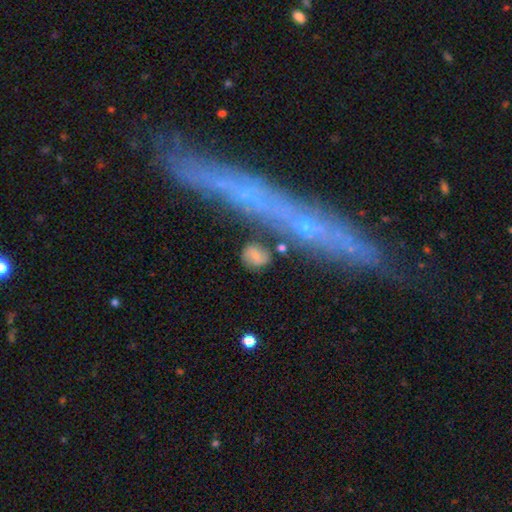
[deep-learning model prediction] The model was most divided on "how rounded": round: 59%, in between: 37%, cigar-shaped: 4%. More confident: merging — none (70%); smooth or featured — smooth (62%).